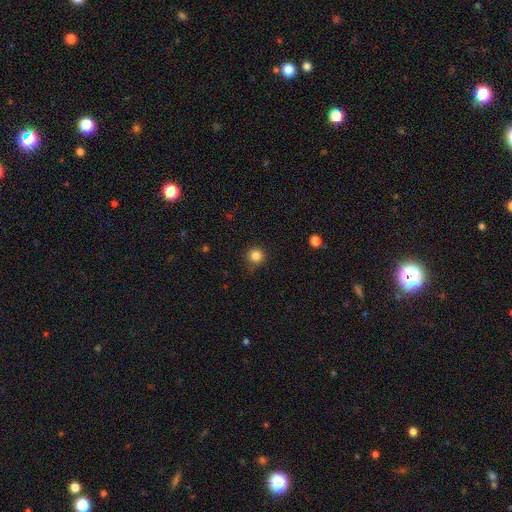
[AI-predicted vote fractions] This is clearly a smooth galaxy (84%). How rounded: clearly round (95%). Merging: clearly none (85%).